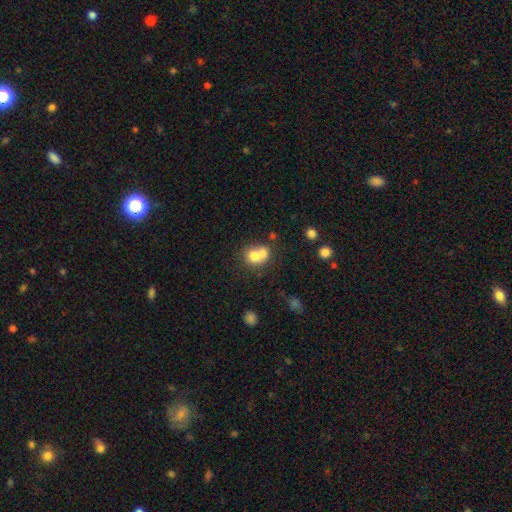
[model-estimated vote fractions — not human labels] smooth-or-featured: smooth: 72% | featured or disk: 18% | star or artifact: 10%
  how-rounded: round: 69% | in between: 30% | cigar-shaped: 1%
  merging: merger: 61% | none: 28% | minor disturbance: 7% | major disturbance: 3%